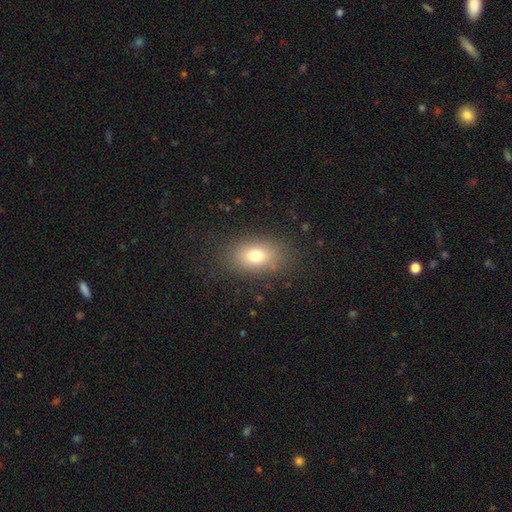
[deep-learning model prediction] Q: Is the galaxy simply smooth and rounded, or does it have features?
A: smooth — 75%.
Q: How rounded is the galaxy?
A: in between — 81%.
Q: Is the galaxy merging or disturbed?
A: none — 83%.